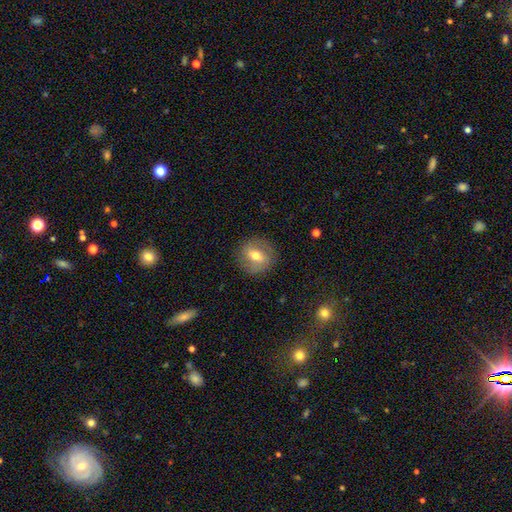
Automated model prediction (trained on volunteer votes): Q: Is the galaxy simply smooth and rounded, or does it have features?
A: smooth — 53%.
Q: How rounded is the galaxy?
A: round — 82%.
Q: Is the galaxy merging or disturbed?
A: none — 86%.